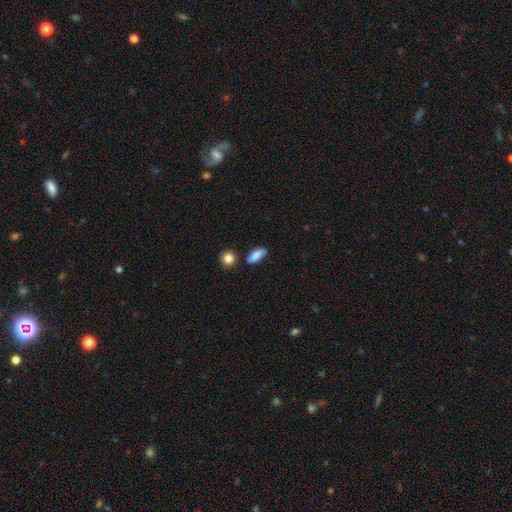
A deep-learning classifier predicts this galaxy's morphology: Smooth or featured: smooth — 83% (featured or disk — 9%)
How rounded: in between — 70% (cigar-shaped — 24%)
Merging: none — 68% (minor disturbance — 21%)